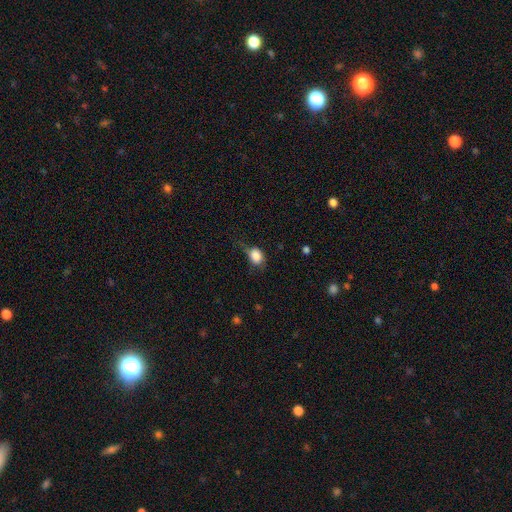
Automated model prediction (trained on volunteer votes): This appears to be a smooth galaxy with no disk features (84%) that is in between round and cigar-shaped (56%). Merging: none (42%).